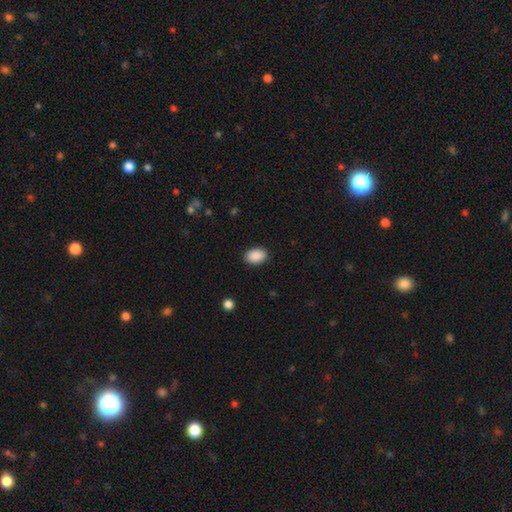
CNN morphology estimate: smooth 90%, star or artifact 7%, featured or disk 2%. Down the decision tree: how rounded — in between (83%); merging — none (89%).